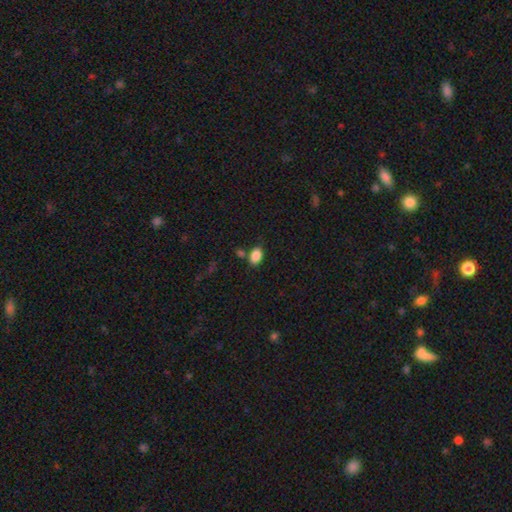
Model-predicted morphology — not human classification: smooth-or-featured: smooth: 87% | star or artifact: 9% | featured or disk: 4%
  how-rounded: in between: 88% | round: 11% | cigar-shaped: 2%
  merging: none: 73% | minor disturbance: 14% | merger: 10% | major disturbance: 4%